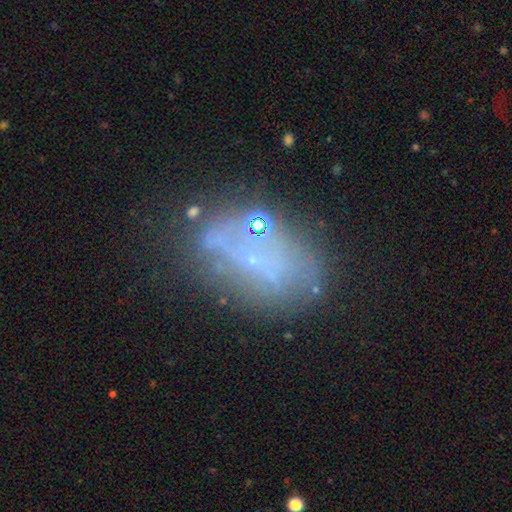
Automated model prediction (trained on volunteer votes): Morphology: type=featured or disk (50%); merging=none (56%).